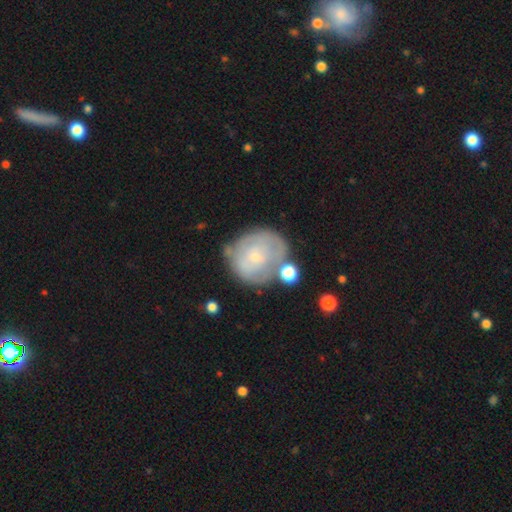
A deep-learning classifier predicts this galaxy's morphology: A featured or disk galaxy (52%) with no bar (80%), spiral arms (54%) and a small central bulge (79%). Merging: none (51%).